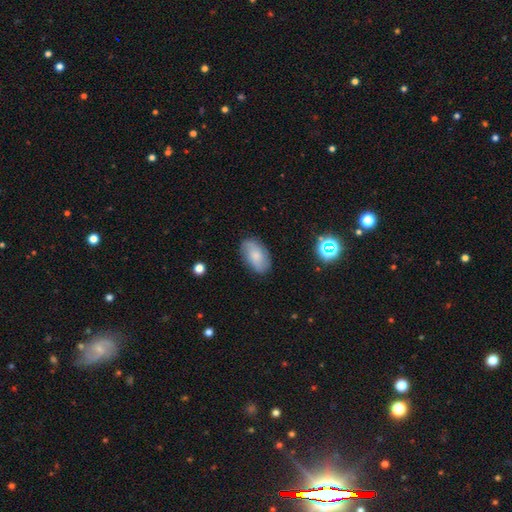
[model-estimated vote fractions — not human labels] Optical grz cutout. It shows a smooth galaxy with no disk features (60%) that is in between round and cigar-shaped (93%). Merging: none (81%).